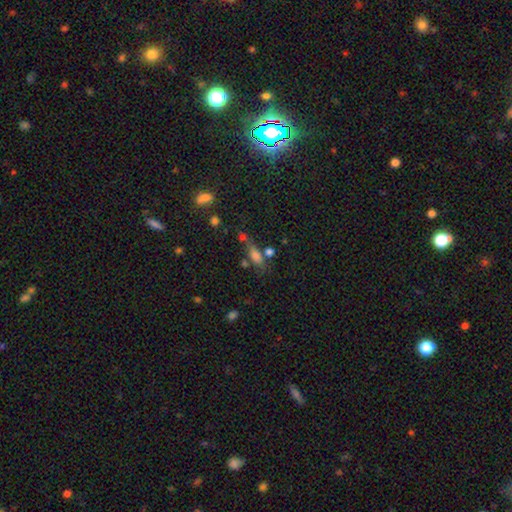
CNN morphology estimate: The model was most divided on "how rounded": in between: 62%, cigar-shaped: 32%, round: 7%. More confident: smooth or featured — smooth (71%); merging — none (52%).